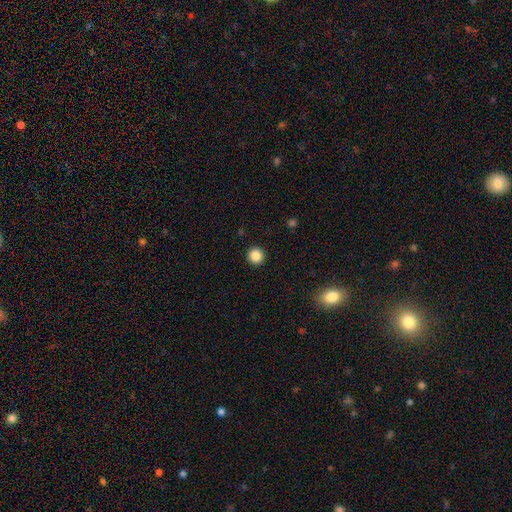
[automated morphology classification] Q: Smooth or featured?
A: smooth (86%); runner-up: star or artifact (10%)
Q: How rounded?
A: round (96%); runner-up: in between (4%)
Q: Merging?
A: none (93%); runner-up: minor disturbance (4%)